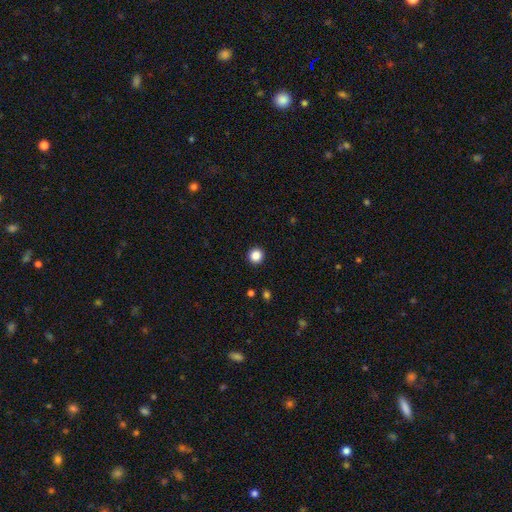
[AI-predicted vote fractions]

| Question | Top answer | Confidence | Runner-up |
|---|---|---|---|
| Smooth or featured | smooth | 86% | star or artifact (11%) |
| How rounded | round | 93% | in between (6%) |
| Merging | none | 93% | minor disturbance (5%) |